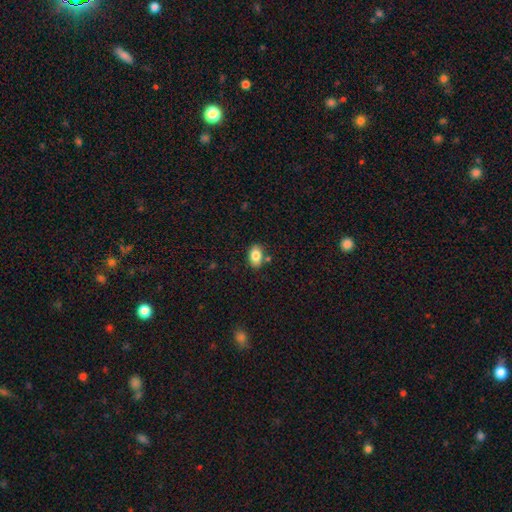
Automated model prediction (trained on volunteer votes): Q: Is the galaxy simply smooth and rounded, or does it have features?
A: smooth — 83%.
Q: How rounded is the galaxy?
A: in between — 88%.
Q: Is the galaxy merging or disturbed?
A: none — 79%.